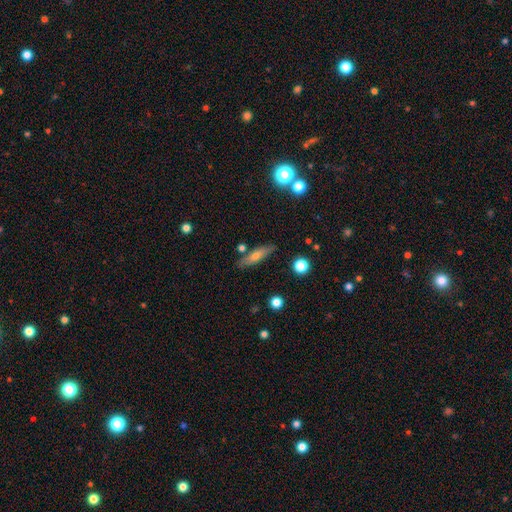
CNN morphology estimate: This appears to be a smooth galaxy with no disk features (56%) that is cigar-shaped (74%). Merging: none (82%).